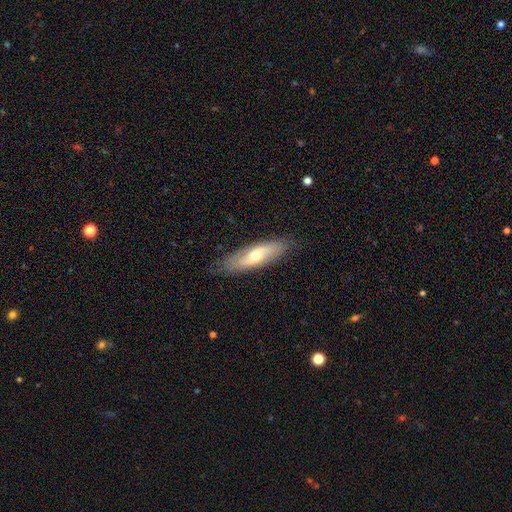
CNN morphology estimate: This is possibly a featured or disk galaxy (49%). Merging: clearly none (82%).